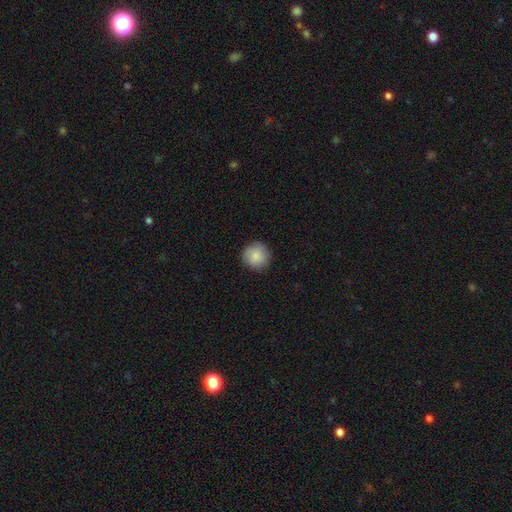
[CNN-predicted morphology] smooth_or_featured: smooth (p=0.87) [alt: star or artifact p=0.07]
how_rounded: round (p=0.94) [alt: in between p=0.05]
merging: none (p=0.88) [alt: minor disturbance p=0.09]